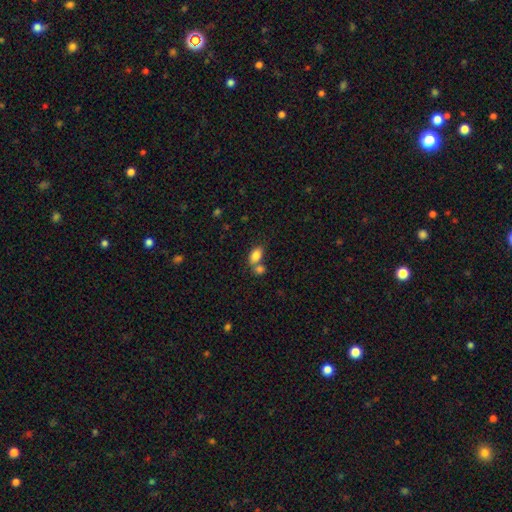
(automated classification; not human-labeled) Q: Smooth or featured?
A: smooth (84%); runner-up: star or artifact (8%)
Q: How rounded?
A: in between (89%); runner-up: round (9%)
Q: Merging?
A: merger (44%); runner-up: none (41%)